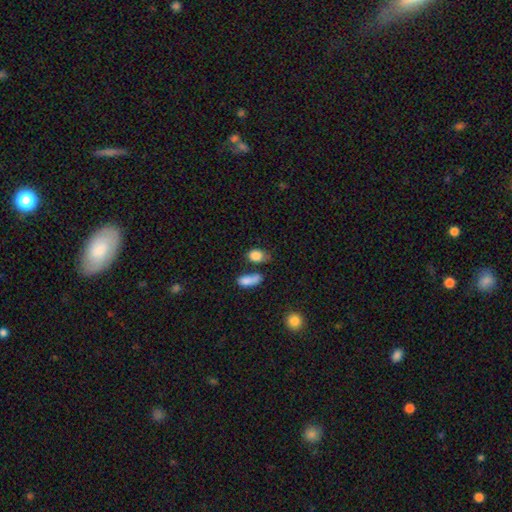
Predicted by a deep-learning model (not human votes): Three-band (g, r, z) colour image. It shows a smooth galaxy with no disk features (84%) that is in between round and cigar-shaped (68%). Merging: none (46%).